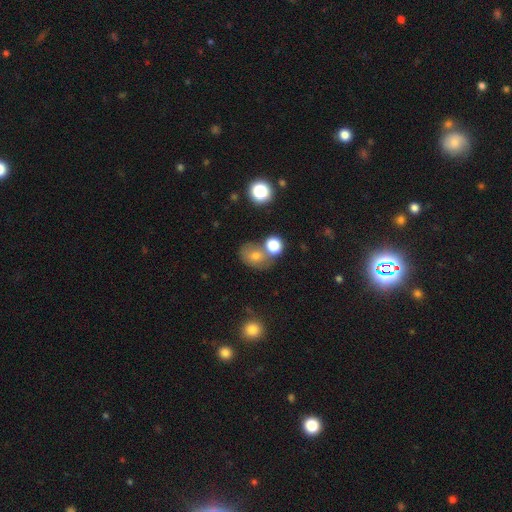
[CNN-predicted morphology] The model was most divided on "how rounded": in between: 50%, round: 49%, cigar-shaped: 1%. Remaining: smooth or featured — smooth (68%); merging — none (45%).